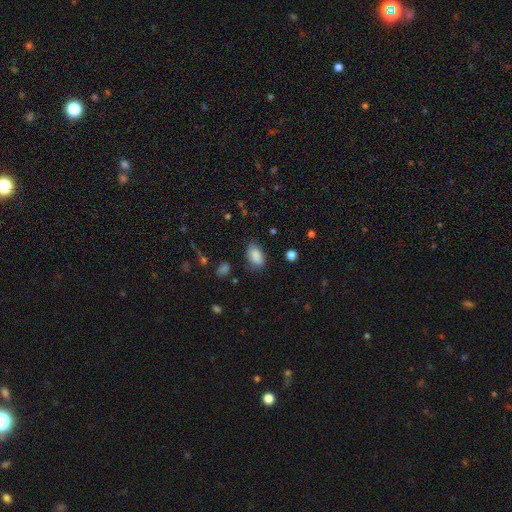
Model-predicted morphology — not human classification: type=smooth (87%); roundness=in between (91%); merging=none (73%).